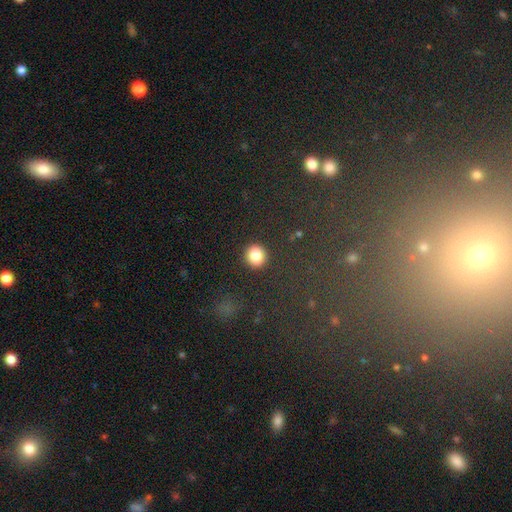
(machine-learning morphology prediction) This is clearly a smooth galaxy (84%). How rounded: clearly round (91%). Merging: clearly none (90%).